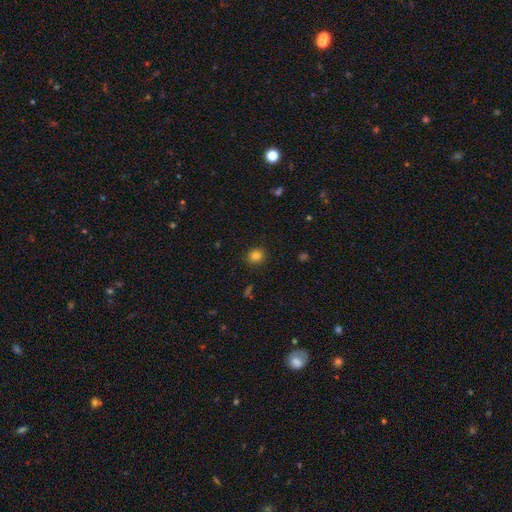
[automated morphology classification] A smooth galaxy with no disk features (82%) that is round (83%). Merging: none (89%).